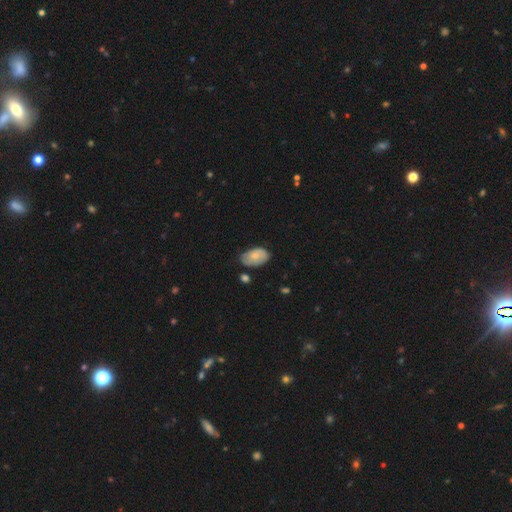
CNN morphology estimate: Smooth or featured?
  - smooth: 70% *
  - featured or disk: 23%
  - star or artifact: 7%
How rounded?
  - in between: 92% *
  - round: 6%
  - cigar-shaped: 1%
Merging?
  - none: 59% *
  - minor disturbance: 31%
  - major disturbance: 6%
  - merger: 4%